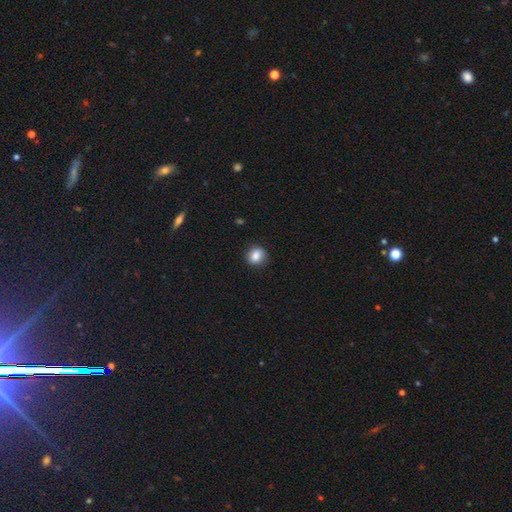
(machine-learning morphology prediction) Smooth or featured: smooth — 83% (star or artifact — 9%)
How rounded: round — 75% (in between — 24%)
Merging: none — 85% (minor disturbance — 11%)